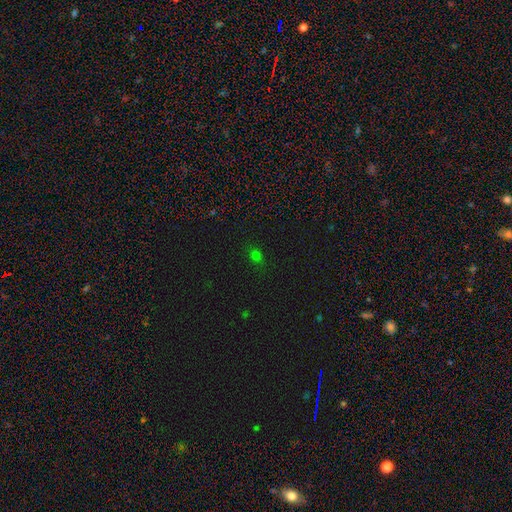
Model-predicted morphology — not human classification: Smooth or featured: smooth — 68% (star or artifact — 28%)
How rounded: round — 57% (in between — 41%)
Merging: none — 83% (minor disturbance — 12%)